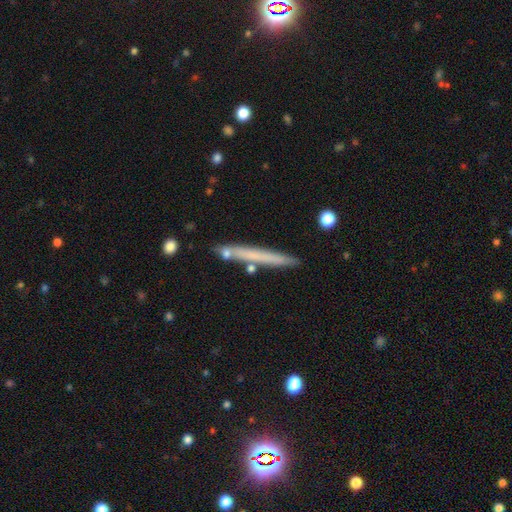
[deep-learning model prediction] Q: Smooth or featured?
A: smooth (57%); runner-up: featured or disk (36%)
Q: How rounded?
A: cigar-shaped (97%); runner-up: in between (2%)
Q: Merging?
A: none (83%); runner-up: minor disturbance (10%)